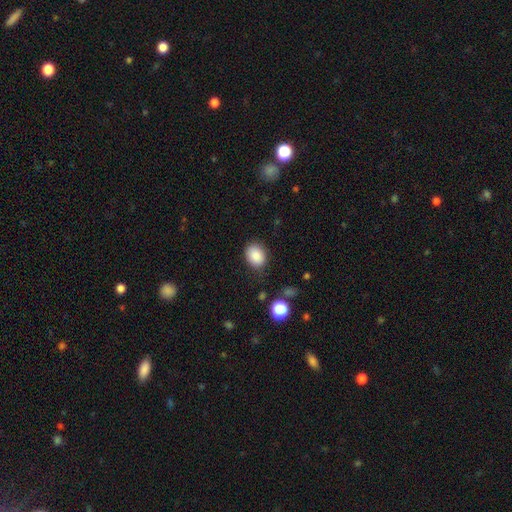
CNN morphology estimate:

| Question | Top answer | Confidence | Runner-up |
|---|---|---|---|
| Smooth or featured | smooth | 87% | star or artifact (9%) |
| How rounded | in between | 60% | round (39%) |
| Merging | none | 83% | minor disturbance (12%) |